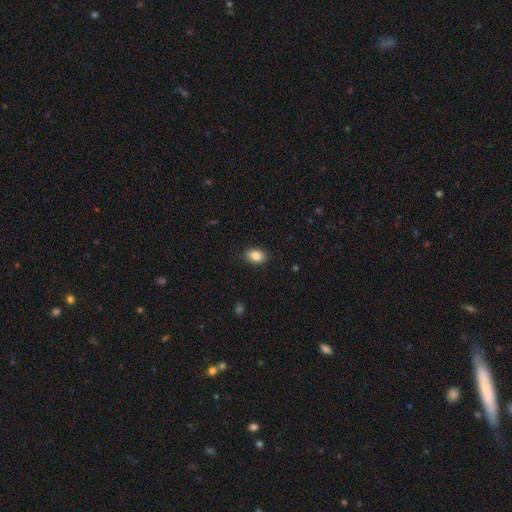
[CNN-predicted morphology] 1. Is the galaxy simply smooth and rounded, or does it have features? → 87% smooth, 8% star or artifact, 5% featured or disk.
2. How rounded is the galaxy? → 77% in between, 22% round, 1% cigar-shaped.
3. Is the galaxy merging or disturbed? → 87% none, 10% minor disturbance, 2% major disturbance, 1% merger.